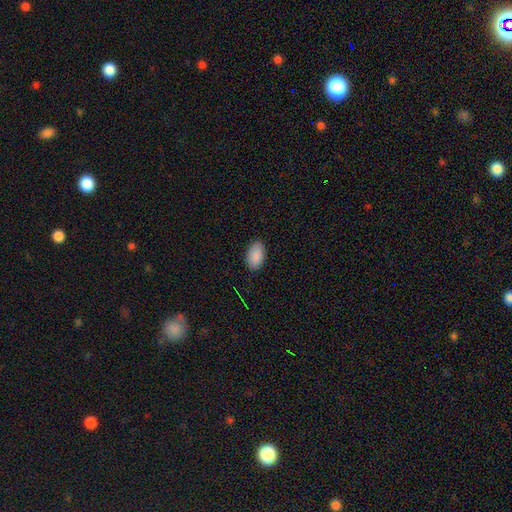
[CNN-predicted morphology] Smooth or featured? Predicted: smooth (p=0.90). How rounded? Predicted: in between (p=0.94). Merging? Predicted: none (p=0.88).